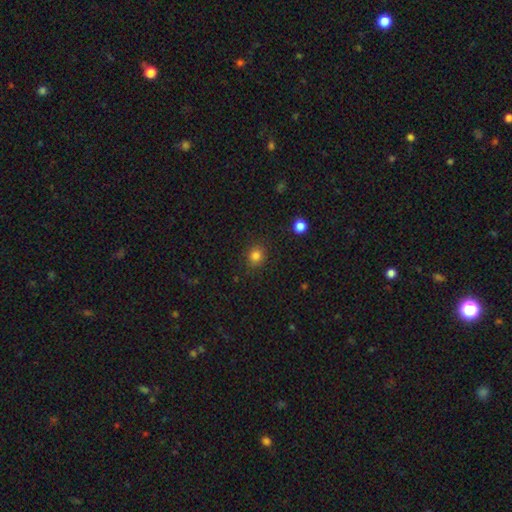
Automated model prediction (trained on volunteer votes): smooth 83%, star or artifact 12%, featured or disk 5%. Down the decision tree: how rounded — round (82%); merging — none (88%).